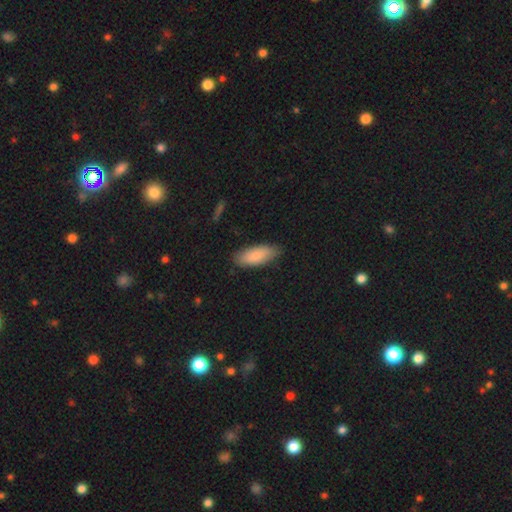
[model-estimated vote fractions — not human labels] Smooth or featured?
  - smooth: 84% *
  - featured or disk: 11%
  - star or artifact: 6%
How rounded?
  - in between: 79% *
  - cigar-shaped: 19%
  - round: 2%
Merging?
  - none: 82% *
  - minor disturbance: 14%
  - major disturbance: 2%
  - merger: 1%